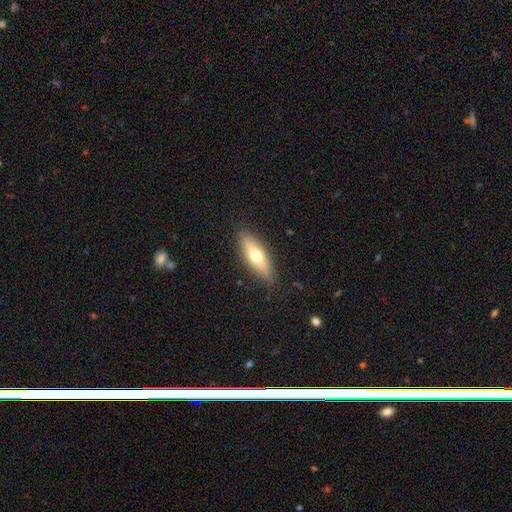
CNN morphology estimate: Overall: smooth (59%; featured or disk 35%). How rounded: in between (53%; cigar-shaped 45%). Merging: none (86%).